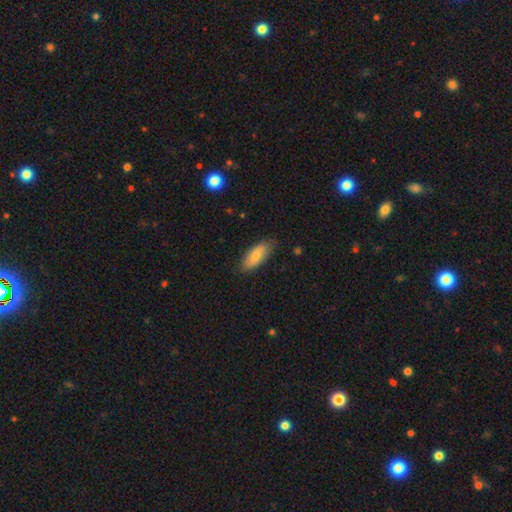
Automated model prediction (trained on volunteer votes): A smooth galaxy with no disk features (79%) that is in between round and cigar-shaped (80%).

Vote fractions:
- Smooth or featured? smooth: 79% / featured or disk: 15% / star or artifact: 6%
- How rounded? in between: 80% / cigar-shaped: 18% / round: 2%
- Merging? none: 81% / minor disturbance: 16% / major disturbance: 3% / merger: 1%